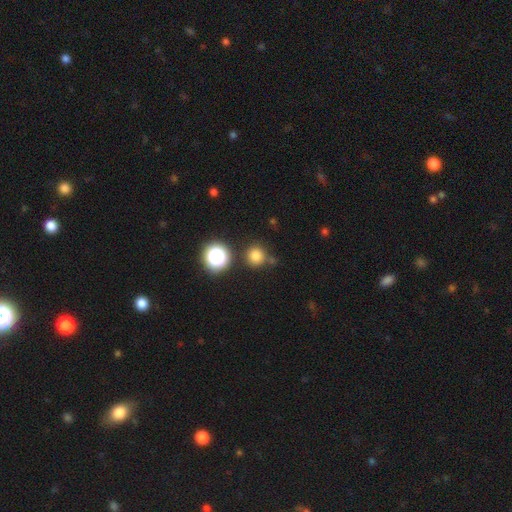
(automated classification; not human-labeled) smooth 78%, star or artifact 17%, featured or disk 5%. Down the decision tree: how rounded — round (92%); merging — none (77%).